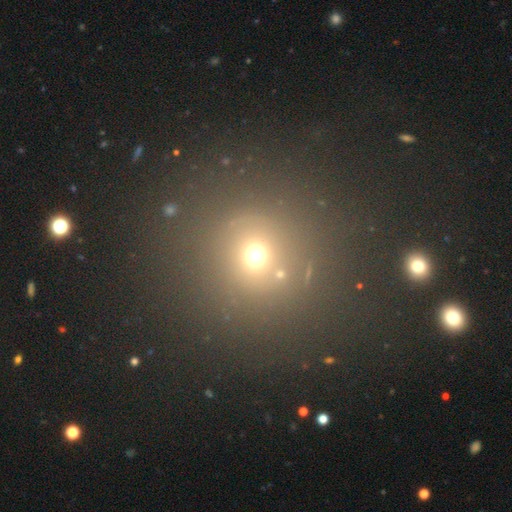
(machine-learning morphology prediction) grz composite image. It shows a smooth galaxy with no disk features (65%) that is round (88%). Merging: none (78%).